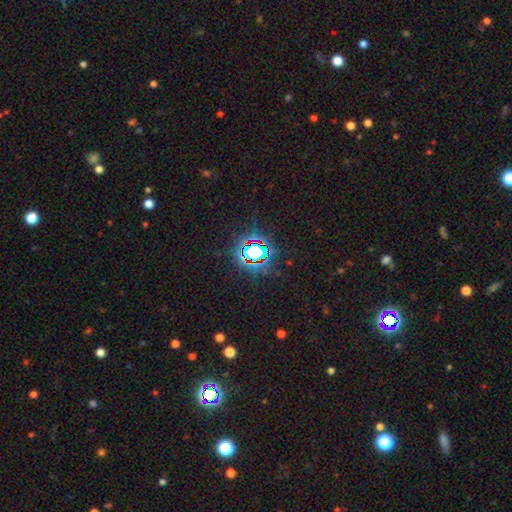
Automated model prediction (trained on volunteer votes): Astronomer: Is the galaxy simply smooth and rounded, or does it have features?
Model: star or artifact — 81%.